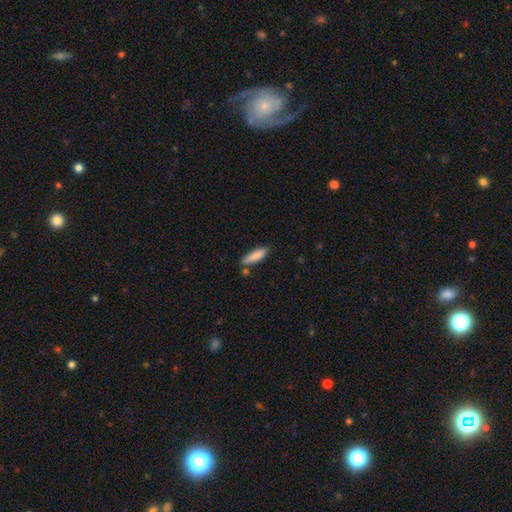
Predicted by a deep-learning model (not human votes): Q: Smooth or featured?
A: smooth (85%); runner-up: featured or disk (9%)
Q: How rounded?
A: cigar-shaped (65%); runner-up: in between (33%)
Q: Merging?
A: none (71%); runner-up: minor disturbance (18%)